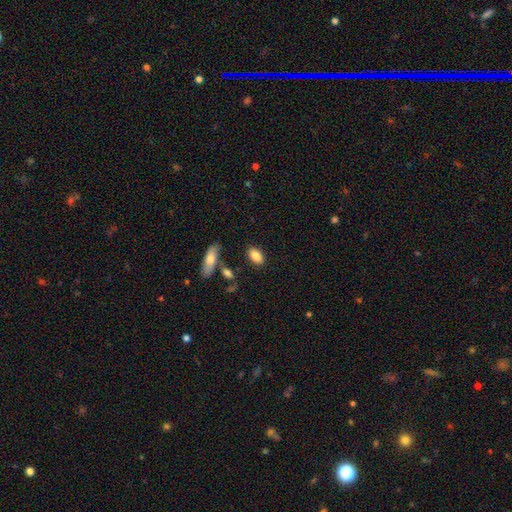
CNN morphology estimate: A smooth galaxy with no disk features (85%) that is in between round and cigar-shaped (90%).

Vote fractions:
- Smooth or featured? smooth: 85% / featured or disk: 8% / star or artifact: 7%
- How rounded? in between: 90% / round: 5% / cigar-shaped: 5%
- Merging? none: 83% / minor disturbance: 10% / merger: 4% / major disturbance: 3%